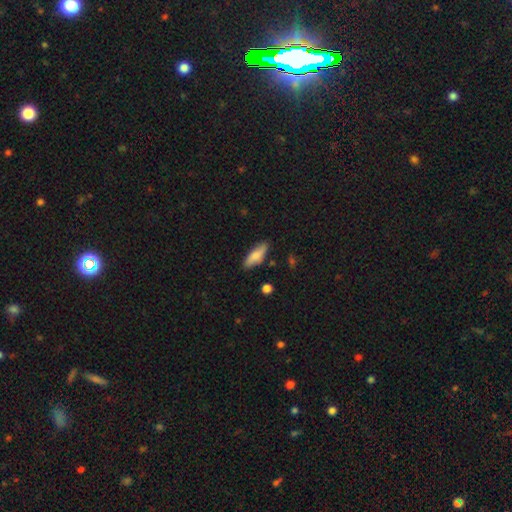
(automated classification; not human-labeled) smooth_or_featured: smooth (p=0.77) [alt: featured or disk p=0.17]
how_rounded: in between (p=0.62) [alt: cigar-shaped p=0.36]
merging: none (p=0.81) [alt: minor disturbance p=0.14]